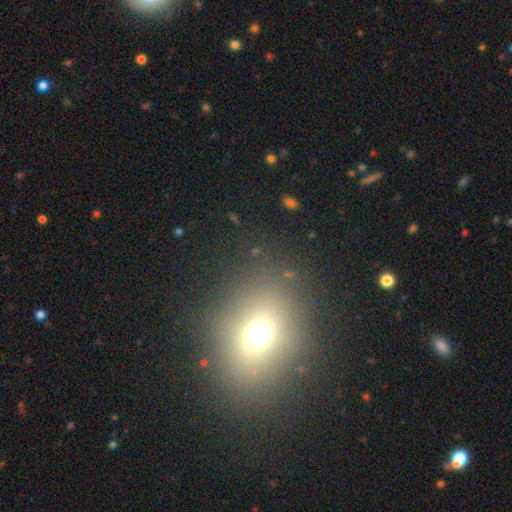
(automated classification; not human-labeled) A smooth galaxy with no disk features (60%) that is in between round and cigar-shaped (51%). Merging: none (84%).